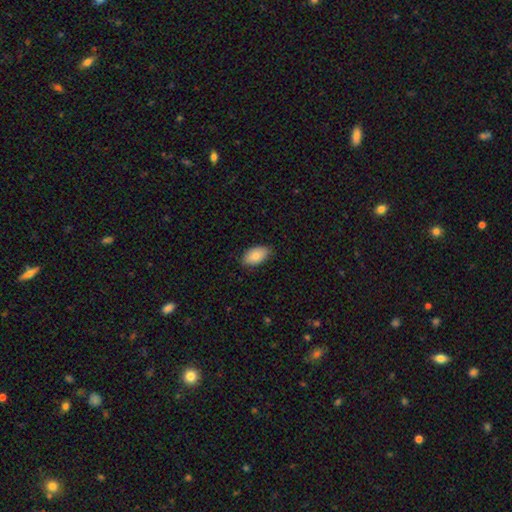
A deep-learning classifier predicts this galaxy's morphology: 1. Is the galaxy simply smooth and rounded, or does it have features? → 84% smooth, 10% featured or disk, 6% star or artifact.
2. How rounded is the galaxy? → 94% in between, 5% round, 2% cigar-shaped.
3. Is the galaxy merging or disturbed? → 83% none, 14% minor disturbance, 2% major disturbance, 1% merger.